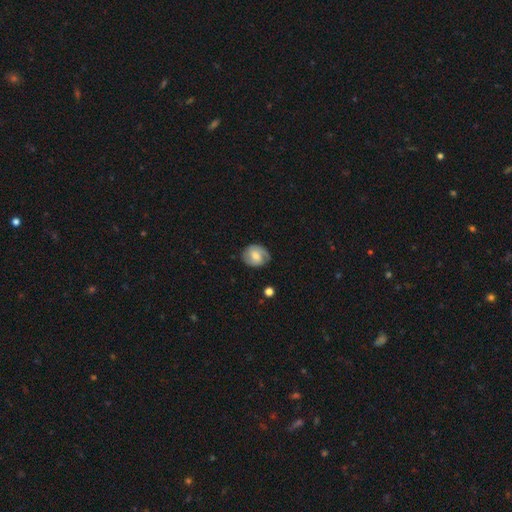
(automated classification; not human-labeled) This is possibly a featured or disk galaxy (52%). It is clearly not viewed edge-on (97%). Merging: likely none (72%).